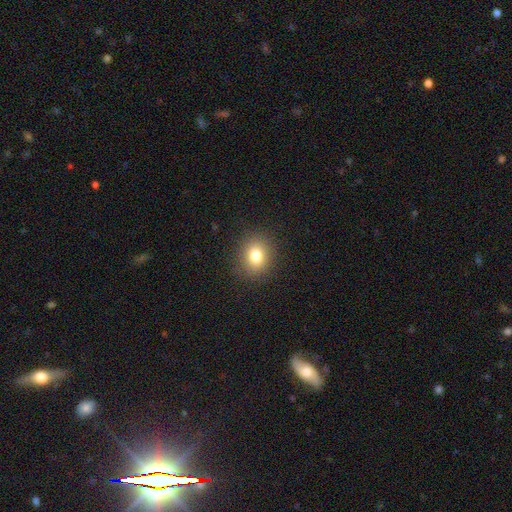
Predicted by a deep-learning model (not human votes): Smooth or featured?
  - smooth: 79% *
  - star or artifact: 12%
  - featured or disk: 8%
How rounded?
  - round: 60% *
  - in between: 39%
  - cigar-shaped: 1%
Merging?
  - none: 89% *
  - minor disturbance: 7%
  - major disturbance: 3%
  - merger: 1%